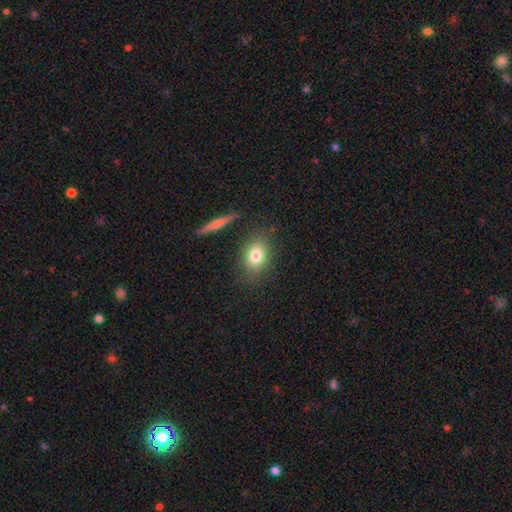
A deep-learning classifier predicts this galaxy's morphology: A smooth galaxy with no disk features (78%) that is in between round and cigar-shaped (58%).

Vote fractions:
- Smooth or featured? smooth: 78% / featured or disk: 12% / star or artifact: 10%
- How rounded? in between: 58% / round: 39% / cigar-shaped: 3%
- Merging? none: 81% / minor disturbance: 12% / merger: 4% / major disturbance: 4%